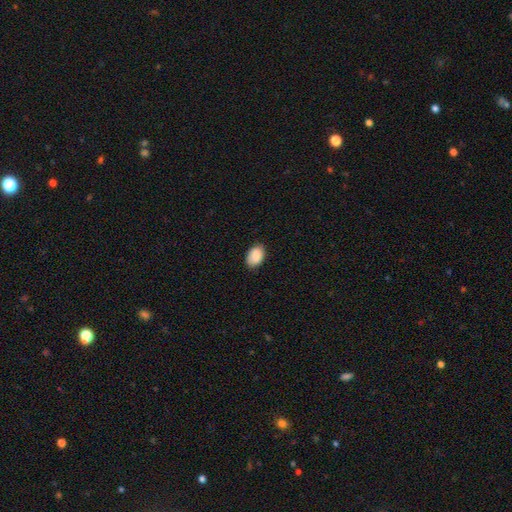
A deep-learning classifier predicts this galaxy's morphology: Q: Smooth or featured?
A: smooth (87%); runner-up: star or artifact (7%)
Q: How rounded?
A: in between (89%); runner-up: round (9%)
Q: Merging?
A: none (83%); runner-up: minor disturbance (14%)